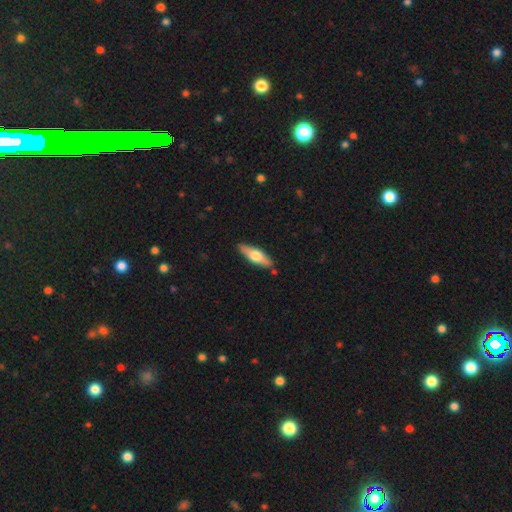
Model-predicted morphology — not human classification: Smooth or featured?
  - smooth: 54% *
  - featured or disk: 41%
  - star or artifact: 5%
How rounded?
  - cigar-shaped: 56% *
  - in between: 42%
  - round: 2%
Merging?
  - none: 86% *
  - minor disturbance: 10%
  - merger: 2%
  - major disturbance: 2%